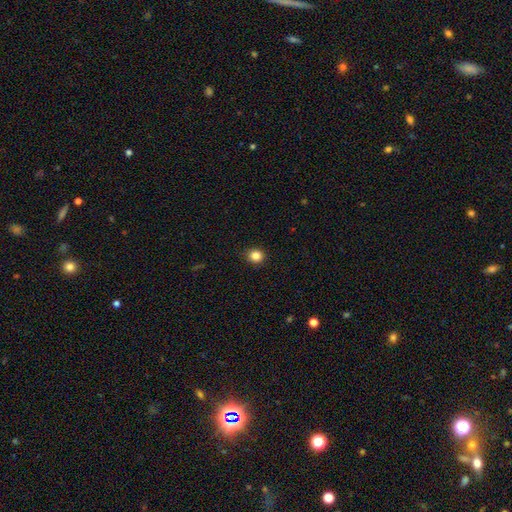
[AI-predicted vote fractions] Morphology: type=smooth (85%); roundness=round (85%); merging=none (90%).